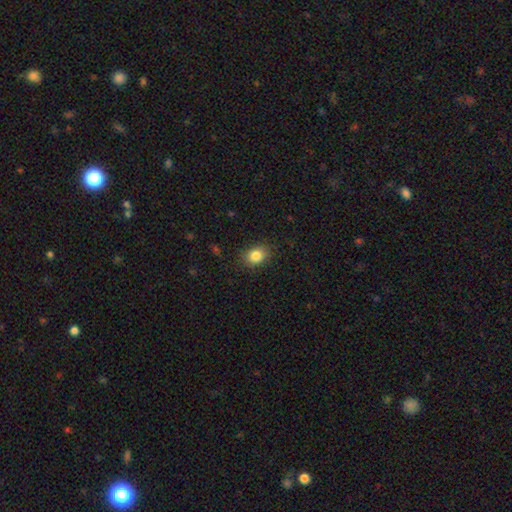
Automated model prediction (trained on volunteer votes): A smooth galaxy with no disk features (85%) that is in between round and cigar-shaped (60%). Merging: none (86%).